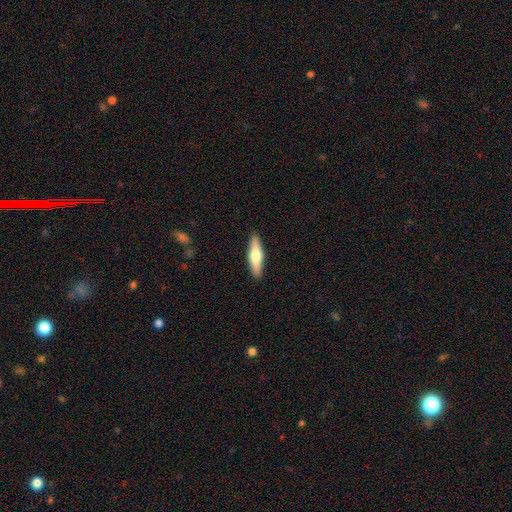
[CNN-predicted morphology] Q: Smooth or featured?
A: smooth (55%); runner-up: featured or disk (40%)
Q: How rounded?
A: cigar-shaped (70%); runner-up: in between (28%)
Q: Merging?
A: none (91%); runner-up: minor disturbance (7%)